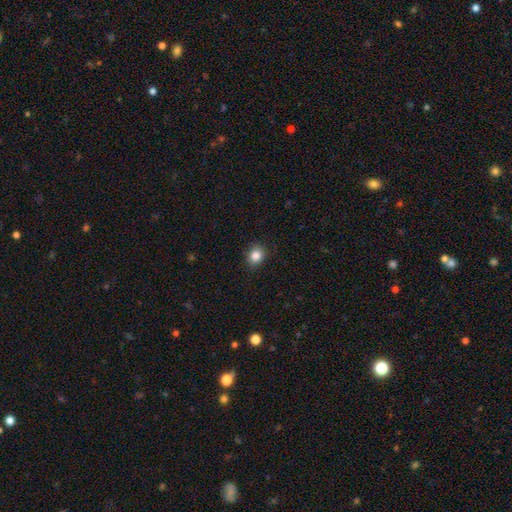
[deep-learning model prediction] smooth-or-featured: smooth: 85% | star or artifact: 10% | featured or disk: 5%
  how-rounded: round: 62% | in between: 37% | cigar-shaped: 1%
  merging: none: 89% | minor disturbance: 8% | major disturbance: 2% | merger: 1%